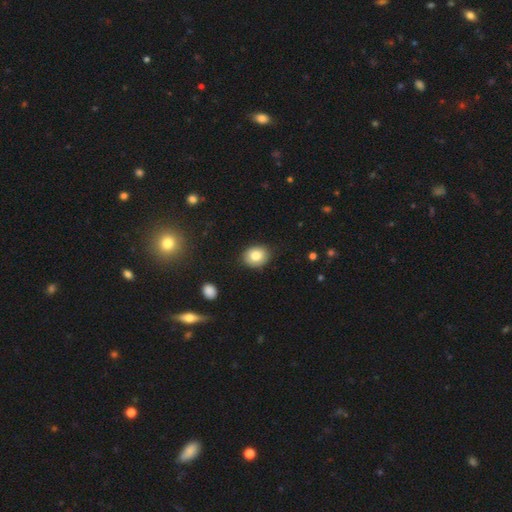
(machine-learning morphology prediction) A smooth galaxy with no disk features (81%) that is round (60%).

Vote fractions:
- Smooth or featured? smooth: 81% / featured or disk: 9% / star or artifact: 9%
- How rounded? round: 60% / in between: 39% / cigar-shaped: 1%
- Merging? none: 86% / minor disturbance: 11% / major disturbance: 2% / merger: 1%